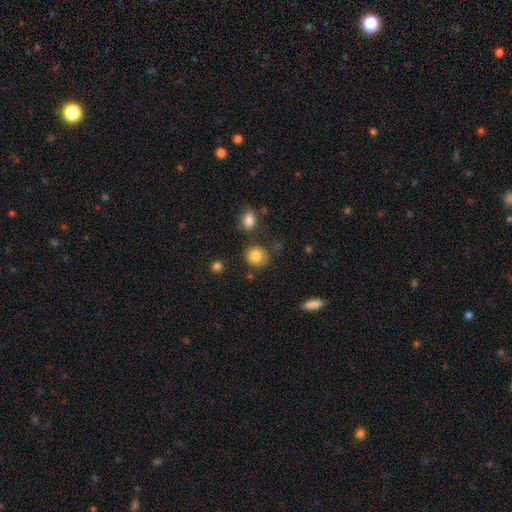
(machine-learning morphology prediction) A smooth galaxy with no disk features (83%) that is round (83%). Merging: none (77%).